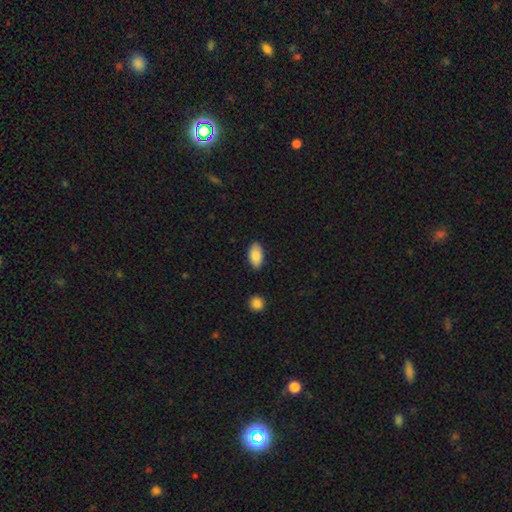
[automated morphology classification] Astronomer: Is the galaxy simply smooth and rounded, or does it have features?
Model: smooth — 87%.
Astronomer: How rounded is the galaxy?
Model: in between — 94%.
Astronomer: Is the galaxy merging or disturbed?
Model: none — 86%.